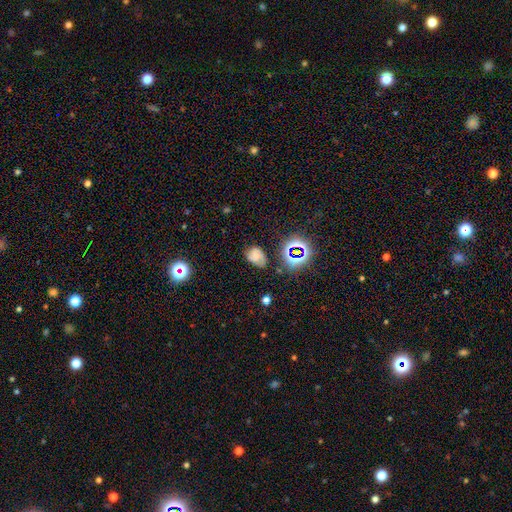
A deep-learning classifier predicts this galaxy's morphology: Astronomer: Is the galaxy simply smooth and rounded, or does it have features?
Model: smooth — 51%.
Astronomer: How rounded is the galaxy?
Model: in between — 72%.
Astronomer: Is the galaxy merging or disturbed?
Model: none — 55%.